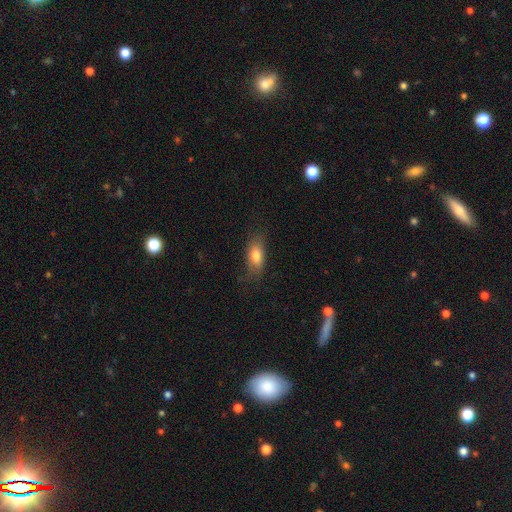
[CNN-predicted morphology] This appears to be a smooth galaxy with no disk features (76%) that is in between round and cigar-shaped (82%). Merging: none (67%).